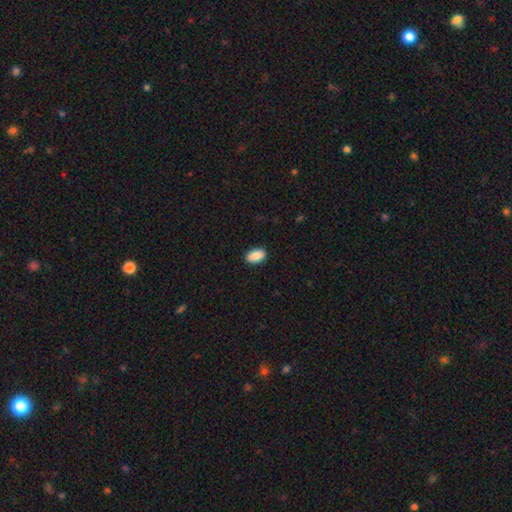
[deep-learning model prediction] smooth 90%, star or artifact 7%, featured or disk 3%. Down the decision tree: how rounded — in between (93%); merging — none (90%).